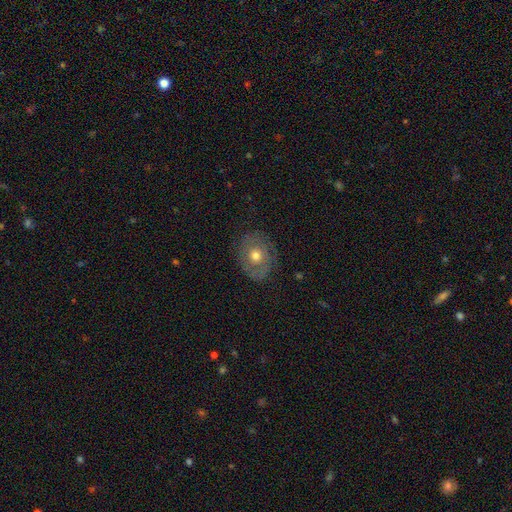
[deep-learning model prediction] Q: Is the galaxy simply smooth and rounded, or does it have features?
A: smooth — 48%.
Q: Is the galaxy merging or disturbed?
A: none — 79%.